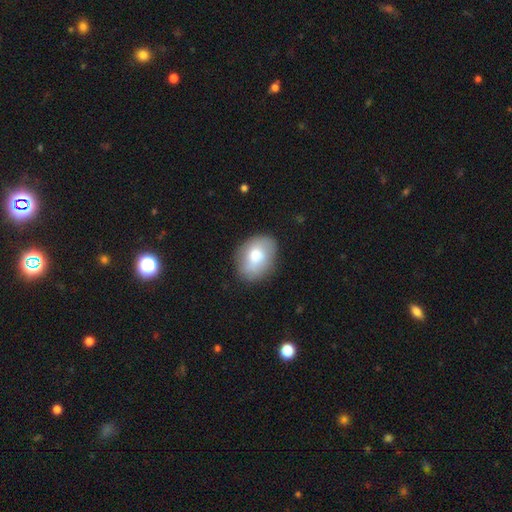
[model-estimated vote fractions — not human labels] Q: Smooth or featured?
A: smooth (74%); runner-up: featured or disk (19%)
Q: How rounded?
A: in between (72%); runner-up: round (27%)
Q: Merging?
A: none (79%); runner-up: minor disturbance (15%)